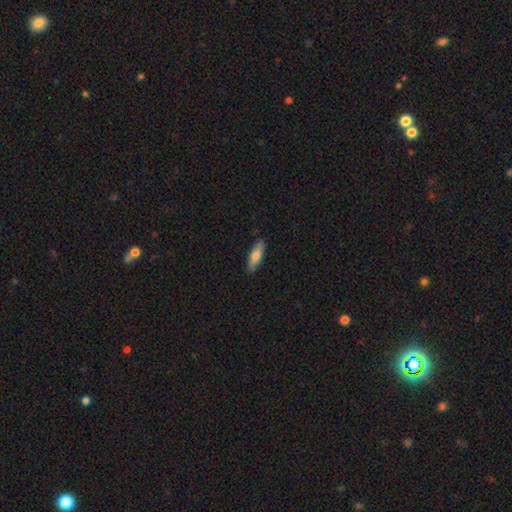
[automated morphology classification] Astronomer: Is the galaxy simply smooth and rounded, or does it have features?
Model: smooth — 73%.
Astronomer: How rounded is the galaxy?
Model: cigar-shaped — 60% (runner-up: in between, 38%).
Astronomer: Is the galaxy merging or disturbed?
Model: none — 87%.